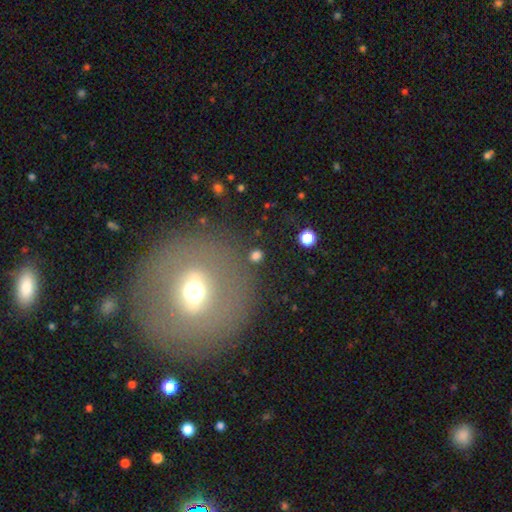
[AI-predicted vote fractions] This appears to be a smooth galaxy with no disk features (74%) that is round (84%). Merging: none (88%).